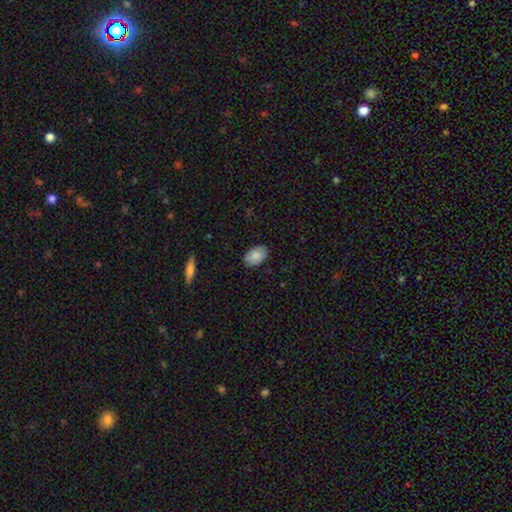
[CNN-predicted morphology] A smooth galaxy with no disk features (86%) that is in between round and cigar-shaped (90%).

Vote fractions:
- Smooth or featured? smooth: 86% / featured or disk: 7% / star or artifact: 7%
- How rounded? in between: 90% / round: 8% / cigar-shaped: 1%
- Merging? none: 86% / minor disturbance: 11% / major disturbance: 2% / merger: 1%